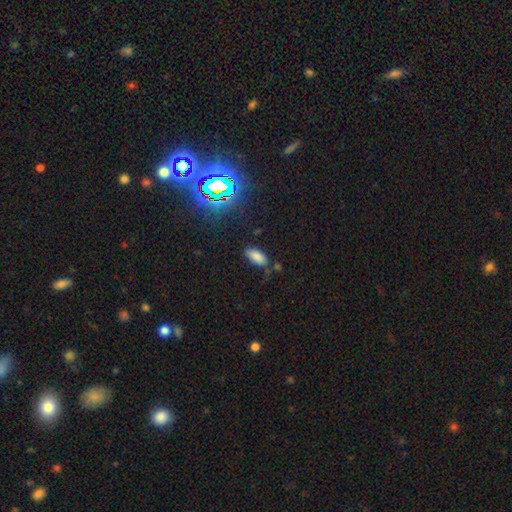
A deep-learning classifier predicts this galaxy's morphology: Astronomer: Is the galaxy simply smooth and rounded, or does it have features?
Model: smooth — 77%.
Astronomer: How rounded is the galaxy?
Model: in between — 91%.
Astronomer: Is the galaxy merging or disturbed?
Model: none — 67%.